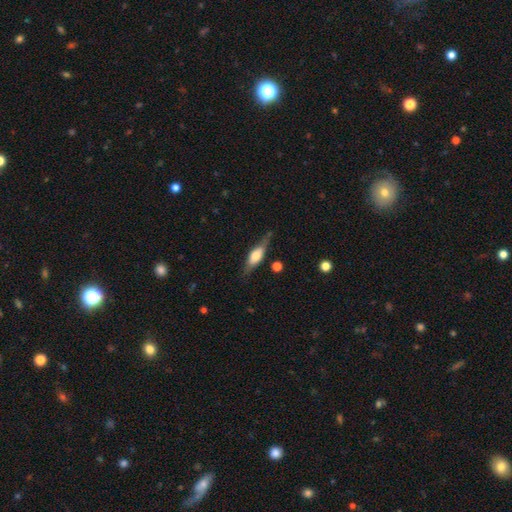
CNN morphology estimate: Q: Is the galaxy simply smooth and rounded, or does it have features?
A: featured or disk — 48%.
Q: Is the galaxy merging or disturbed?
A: none — 72%.